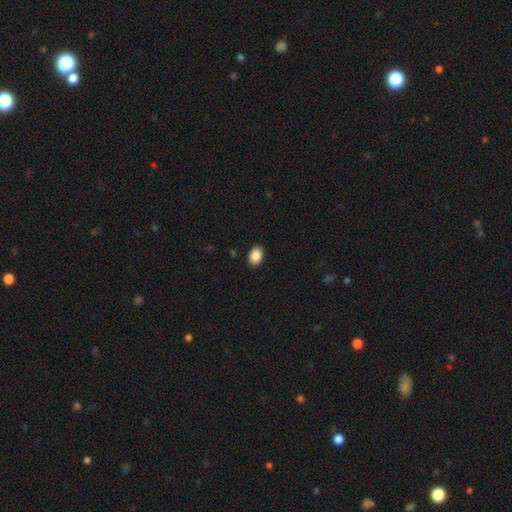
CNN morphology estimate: smooth_or_featured: smooth (p=0.89) [alt: star or artifact p=0.08]
how_rounded: in between (p=0.79) [alt: round p=0.20]
merging: none (p=0.90) [alt: minor disturbance p=0.07]